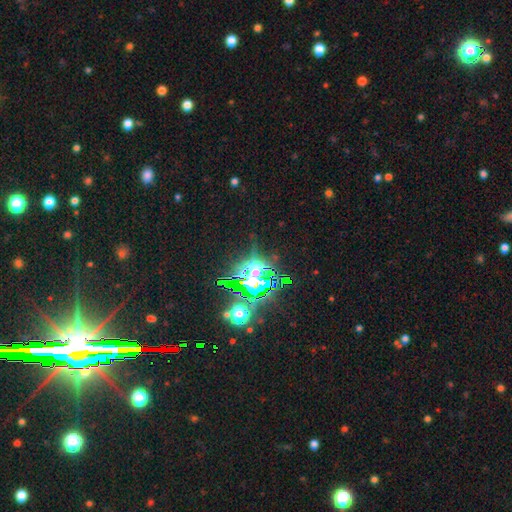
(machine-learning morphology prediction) The model was most divided on "smooth or featured": star or artifact: 71%, smooth: 17%, featured or disk: 12%.